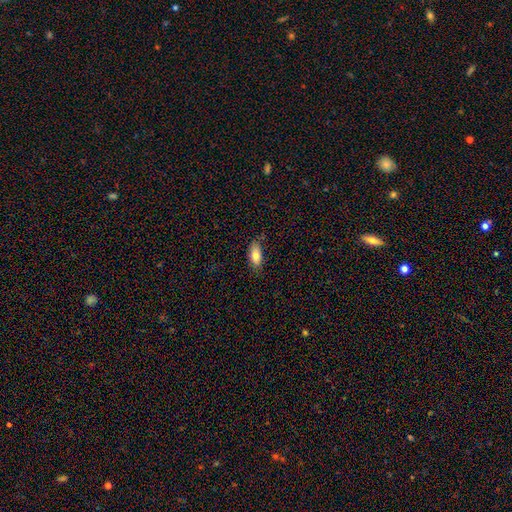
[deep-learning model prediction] Morphology: type=smooth (79%); roundness=in between (86%); merging=none (78%).